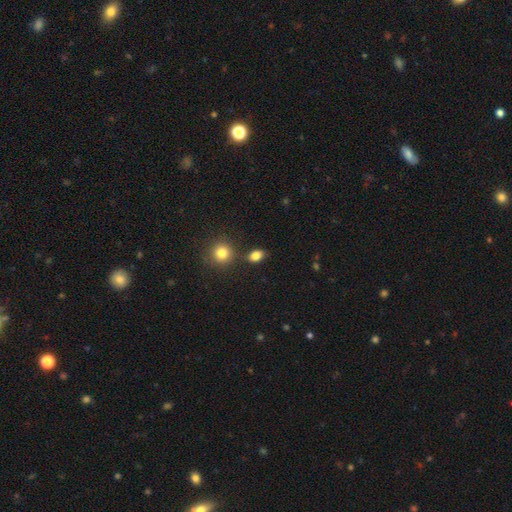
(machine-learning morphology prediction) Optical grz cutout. It shows a smooth galaxy with no disk features (83%) that is in between round and cigar-shaped (75%). Merging: none (78%).